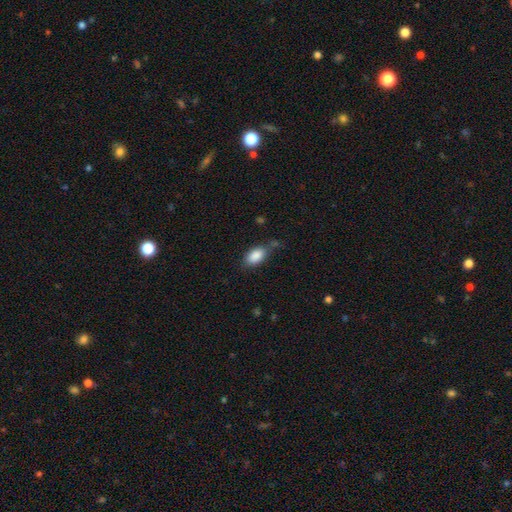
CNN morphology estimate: A smooth galaxy with no disk features (87%) that is in between round and cigar-shaped (91%). Merging: none (65%).